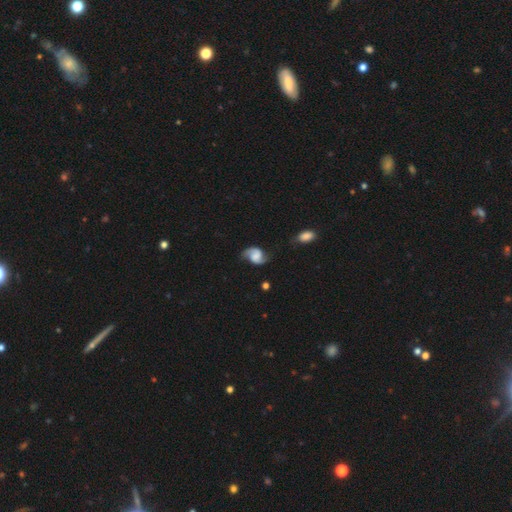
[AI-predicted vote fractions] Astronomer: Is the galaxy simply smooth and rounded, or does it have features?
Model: featured or disk — 73%.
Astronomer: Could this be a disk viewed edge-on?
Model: no — 97%.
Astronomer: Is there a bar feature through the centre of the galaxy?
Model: no — 55% (runner-up: weak, 35%).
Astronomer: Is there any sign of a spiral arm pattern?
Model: yes — 95%.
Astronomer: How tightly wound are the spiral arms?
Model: loose — 48% (runner-up: medium, 39%).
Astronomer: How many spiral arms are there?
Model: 2 — 91%.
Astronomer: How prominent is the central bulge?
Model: none — 43% (runner-up: large, 18%).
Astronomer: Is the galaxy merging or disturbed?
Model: none — 66%.